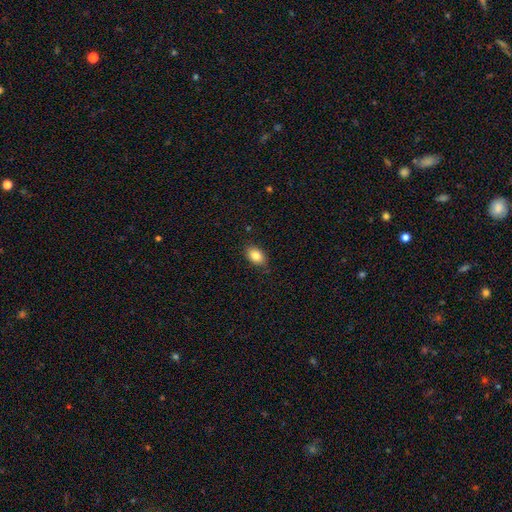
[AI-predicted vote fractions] Smooth or featured?
  - smooth: 84% *
  - star or artifact: 8%
  - featured or disk: 8%
How rounded?
  - in between: 86% *
  - round: 12%
  - cigar-shaped: 1%
Merging?
  - none: 84% *
  - minor disturbance: 12%
  - major disturbance: 2%
  - merger: 1%